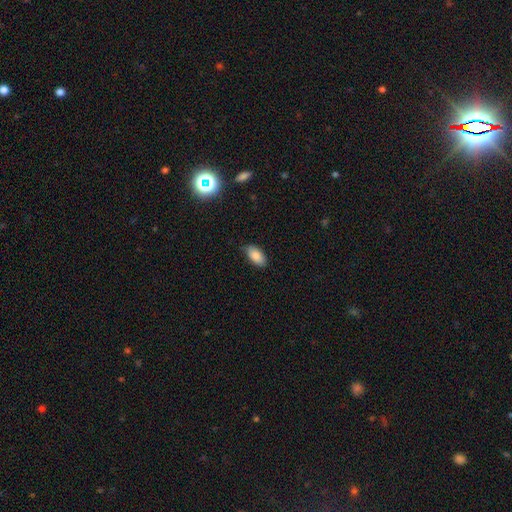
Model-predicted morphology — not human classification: Smooth or featured?
  - smooth: 86% *
  - star or artifact: 8%
  - featured or disk: 6%
How rounded?
  - in between: 93% *
  - cigar-shaped: 4%
  - round: 3%
Merging?
  - none: 81% *
  - minor disturbance: 16%
  - major disturbance: 2%
  - merger: 1%